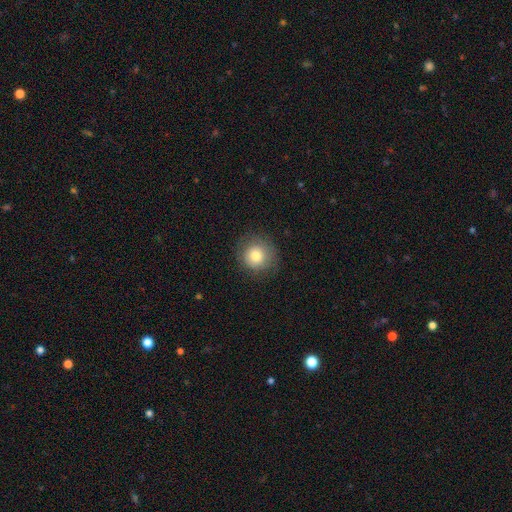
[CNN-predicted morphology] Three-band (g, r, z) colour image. It shows a smooth galaxy with no disk features (78%) that is round (93%). Merging: none (83%).